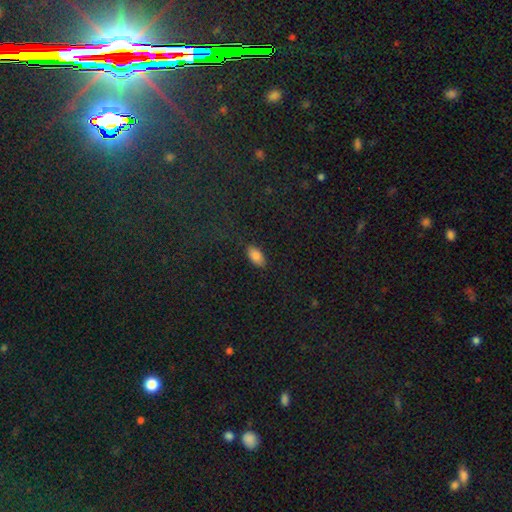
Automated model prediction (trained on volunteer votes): Smooth or featured? smooth (85%)
How rounded? in between (93%)
Merging? none (86%)